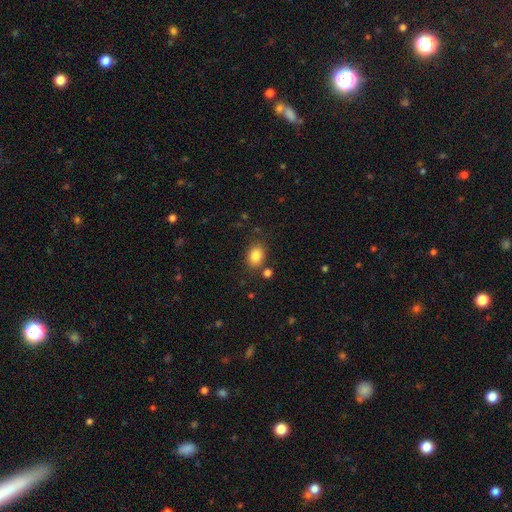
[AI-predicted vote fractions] A smooth galaxy with no disk features (84%) that is in between round and cigar-shaped (69%). Merging: none (78%).